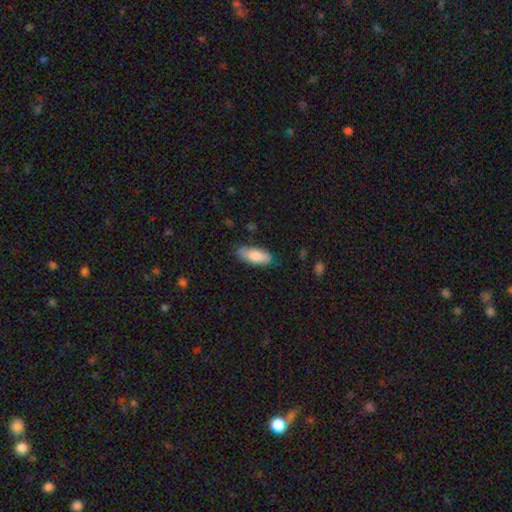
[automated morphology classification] Q: Smooth or featured?
A: smooth (82%); runner-up: featured or disk (12%)
Q: How rounded?
A: in between (82%); runner-up: cigar-shaped (16%)
Q: Merging?
A: none (80%); runner-up: minor disturbance (16%)